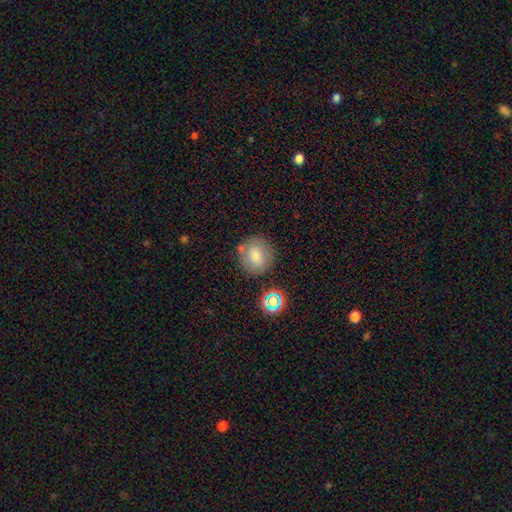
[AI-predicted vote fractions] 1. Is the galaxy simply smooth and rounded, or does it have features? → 76% smooth, 12% star or artifact, 12% featured or disk.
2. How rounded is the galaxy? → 84% round, 15% in between, 1% cigar-shaped.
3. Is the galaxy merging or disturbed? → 74% none, 13% minor disturbance, 8% merger, 4% major disturbance.